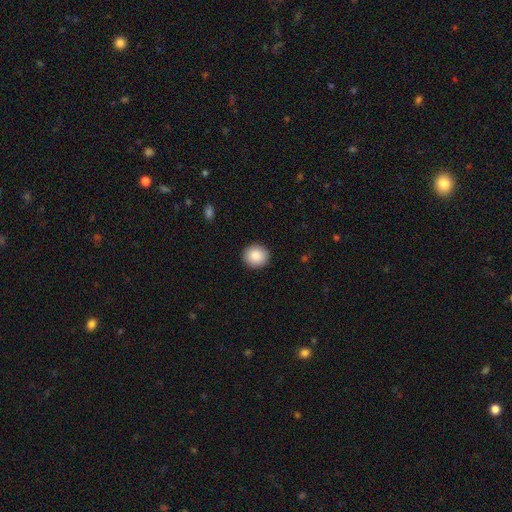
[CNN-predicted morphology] Overall: smooth (87%). How rounded: round (89%). Merging: none (92%).